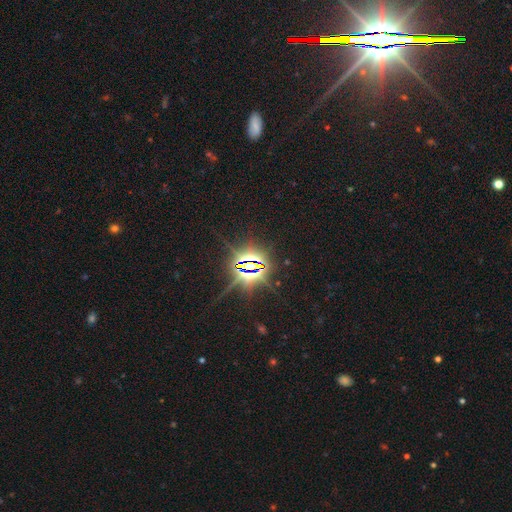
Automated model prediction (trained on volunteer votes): Smooth or featured: star or artifact — 84% (featured or disk — 8%)